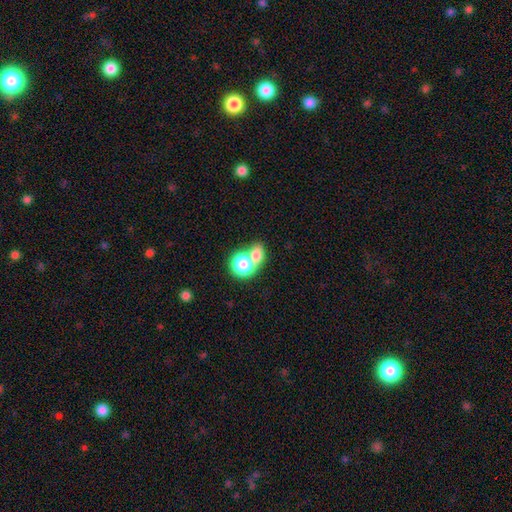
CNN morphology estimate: Overall: smooth (74%). How rounded: round (55%; in between 44%). Merging: merger (59%; none 31%).